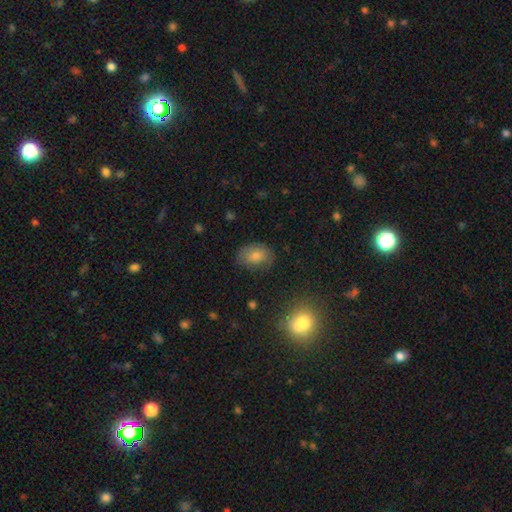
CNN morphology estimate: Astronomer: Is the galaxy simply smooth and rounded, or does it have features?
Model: smooth — 75%.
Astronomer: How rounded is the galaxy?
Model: in between — 77%.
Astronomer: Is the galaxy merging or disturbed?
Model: none — 79%.